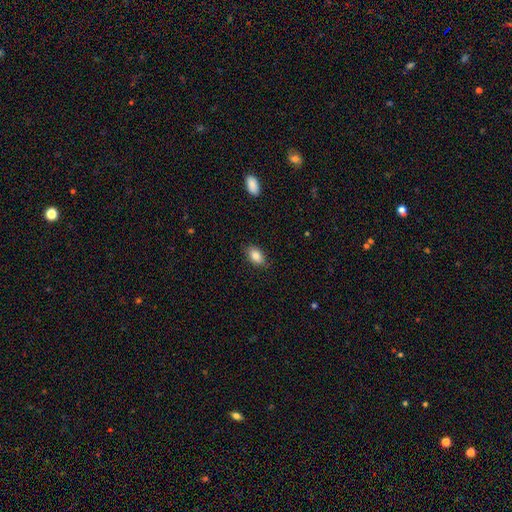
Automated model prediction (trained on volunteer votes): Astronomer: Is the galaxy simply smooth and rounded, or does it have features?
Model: smooth — 84%.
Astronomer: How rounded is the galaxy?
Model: in between — 89%.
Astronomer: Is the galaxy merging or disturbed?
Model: none — 85%.